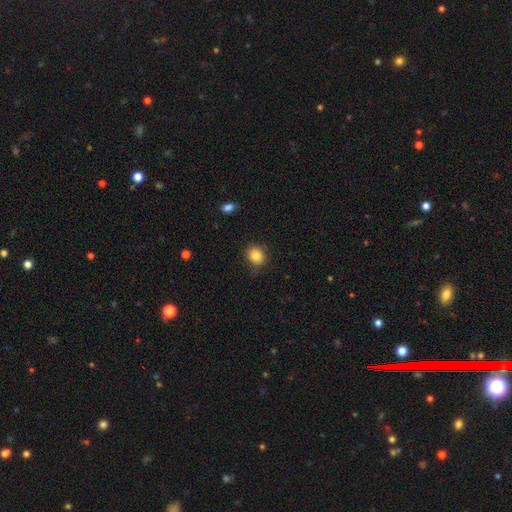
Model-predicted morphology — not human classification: Q: Smooth or featured?
A: smooth (84%); runner-up: star or artifact (10%)
Q: How rounded?
A: round (69%); runner-up: in between (30%)
Q: Merging?
A: none (83%); runner-up: minor disturbance (13%)